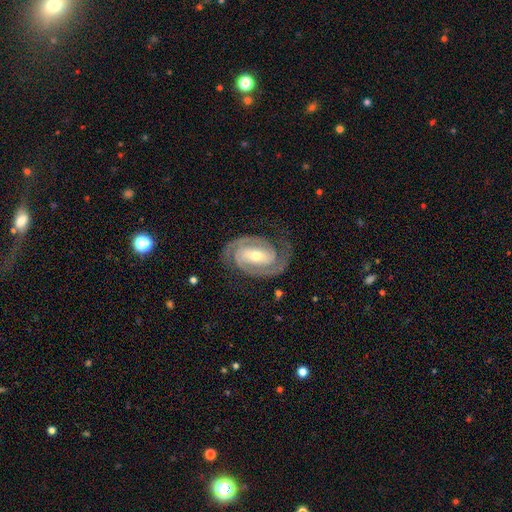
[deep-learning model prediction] This appears to be a featured or disk galaxy (93%) with a strong bar (42%), 2 (92%) tight (66%) spiral arms (98%) and a moderate central bulge (56%). Merging: none (81%).